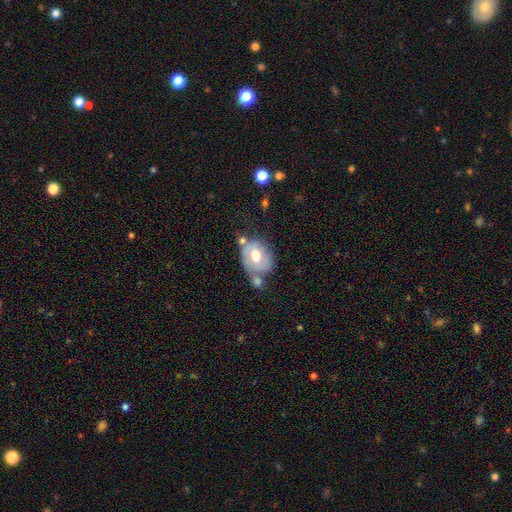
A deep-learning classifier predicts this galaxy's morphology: smooth-or-featured: smooth: 50% | featured or disk: 43% | star or artifact: 7%
  merging: none: 36% | merger: 29% | minor disturbance: 23% | major disturbance: 12%